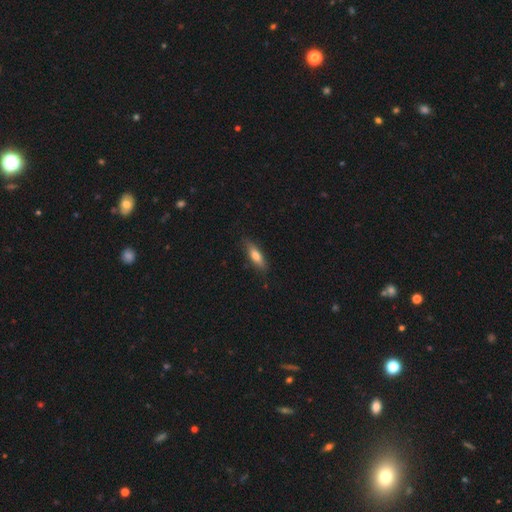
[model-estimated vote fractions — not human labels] A smooth galaxy with no disk features (71%) that is cigar-shaped (56%).

Vote fractions:
- Smooth or featured? smooth: 71% / featured or disk: 23% / star or artifact: 6%
- How rounded? cigar-shaped: 56% / in between: 42% / round: 2%
- Merging? none: 82% / minor disturbance: 14% / major disturbance: 2% / merger: 1%